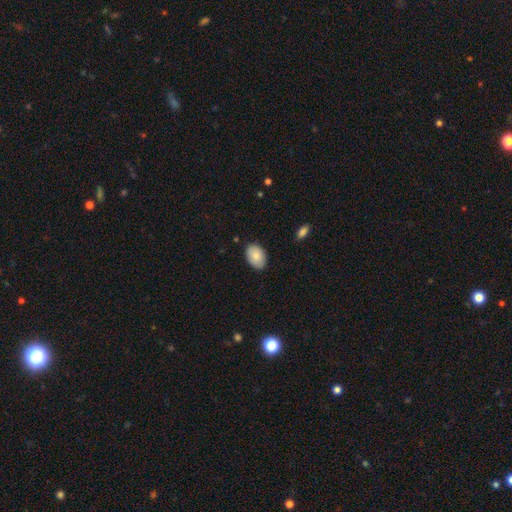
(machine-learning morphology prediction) This appears to be a smooth galaxy with no disk features (83%) that is in between round and cigar-shaped (87%). Merging: none (84%).